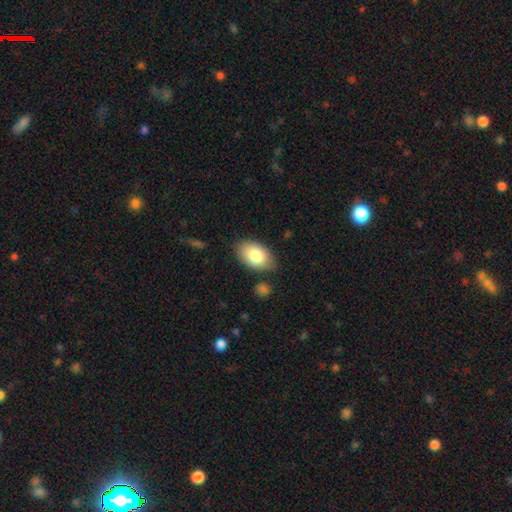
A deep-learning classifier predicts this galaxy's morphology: Q: Smooth or featured?
A: smooth (81%); runner-up: featured or disk (12%)
Q: How rounded?
A: in between (92%); runner-up: round (7%)
Q: Merging?
A: none (82%); runner-up: minor disturbance (13%)